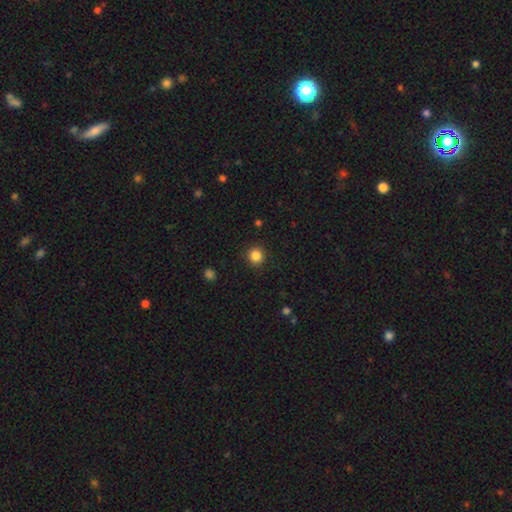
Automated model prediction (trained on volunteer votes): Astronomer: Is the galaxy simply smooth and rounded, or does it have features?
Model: smooth — 85%.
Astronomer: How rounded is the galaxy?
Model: round — 92%.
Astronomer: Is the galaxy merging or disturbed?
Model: none — 91%.